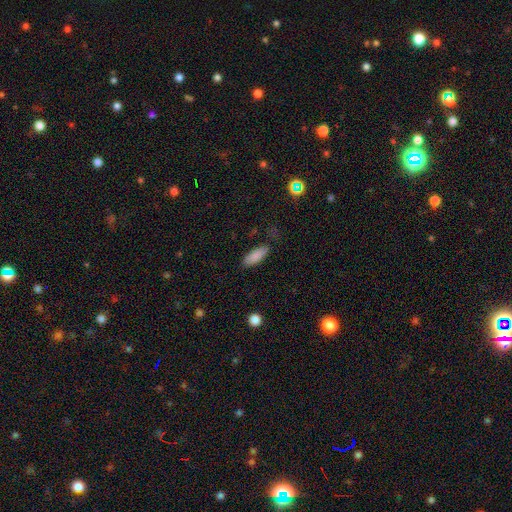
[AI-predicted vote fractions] Overall: smooth (86%). How rounded: in between (69%). Merging: none (81%).